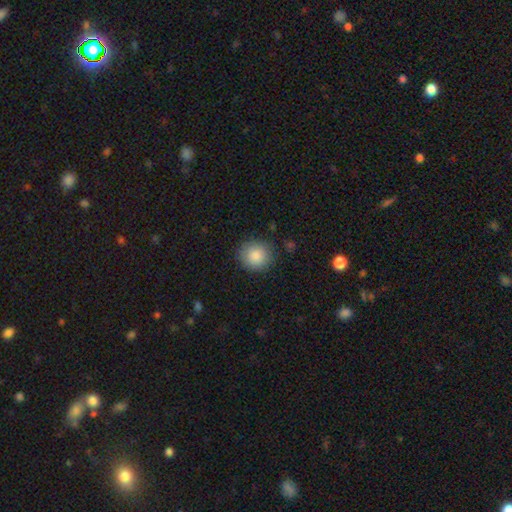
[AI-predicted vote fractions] smooth 86%, star or artifact 8%, featured or disk 5%. Down the decision tree: how rounded — round (90%); merging — none (88%).